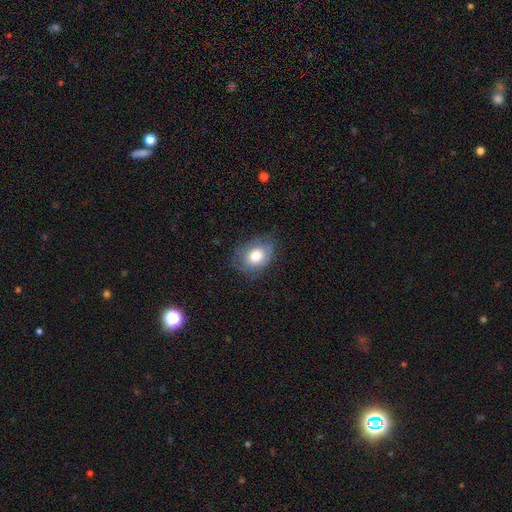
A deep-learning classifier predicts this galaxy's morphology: Smooth or featured?
  - smooth: 68% *
  - featured or disk: 24%
  - star or artifact: 8%
How rounded?
  - in between: 65% *
  - round: 34%
  - cigar-shaped: 1%
Merging?
  - none: 64% *
  - minor disturbance: 25%
  - major disturbance: 9%
  - merger: 1%